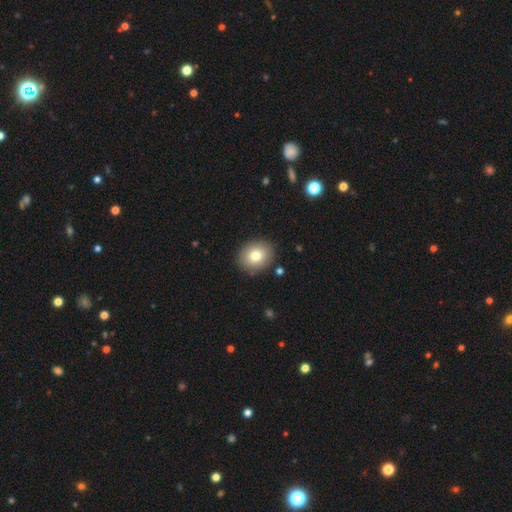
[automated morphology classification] A smooth galaxy with no disk features (79%) that is round (60%). Merging: none (87%).